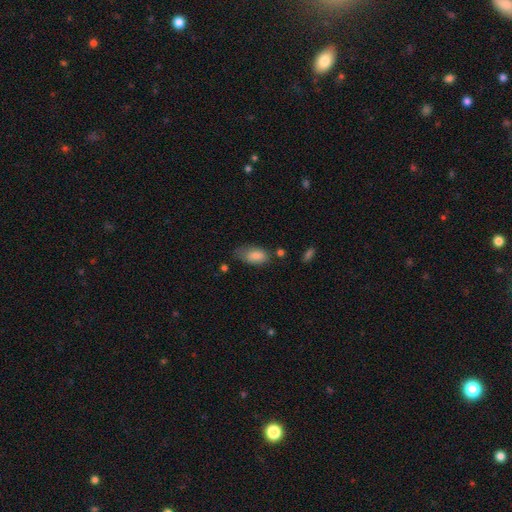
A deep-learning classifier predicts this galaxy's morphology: This appears to be a smooth galaxy with no disk features (84%) that is in between round and cigar-shaped (92%). Merging: none (46%).